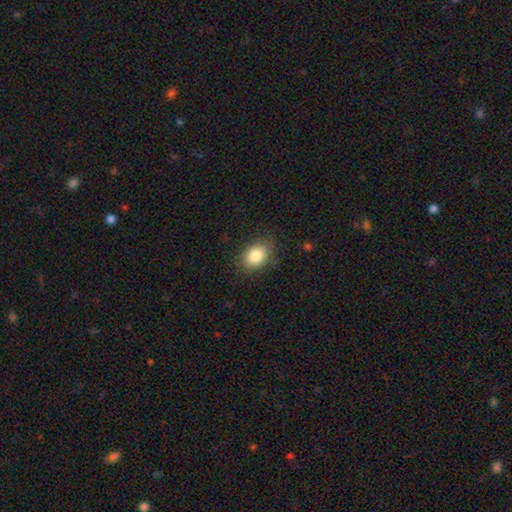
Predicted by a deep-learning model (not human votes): This appears to be a smooth galaxy with no disk features (84%) that is in between round and cigar-shaped (70%). Merging: none (83%).